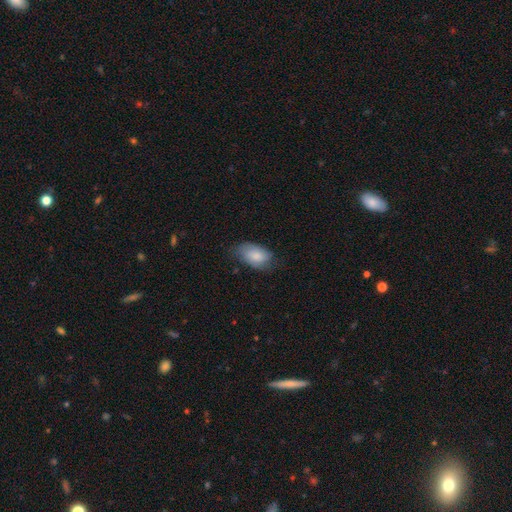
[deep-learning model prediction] Smooth or featured? smooth (80%)
How rounded? in between (93%)
Merging? none (64%)